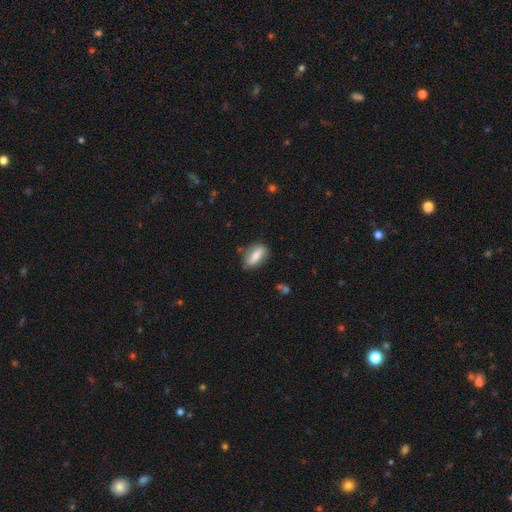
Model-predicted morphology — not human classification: This appears to be a smooth galaxy with no disk features (71%) that is in between round and cigar-shaped (78%). Merging: none (74%).